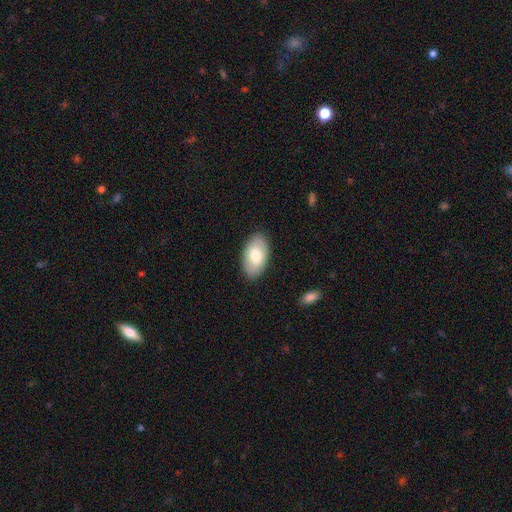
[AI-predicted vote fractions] A smooth galaxy with no disk features (73%) that is in between round and cigar-shaped (95%). Merging: none (87%).